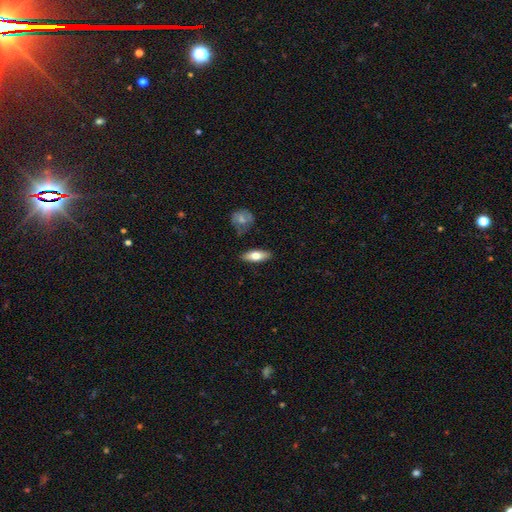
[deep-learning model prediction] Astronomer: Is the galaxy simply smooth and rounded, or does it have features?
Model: smooth — 66%.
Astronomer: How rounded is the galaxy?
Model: in between — 67%.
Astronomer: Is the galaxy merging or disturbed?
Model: none — 85%.